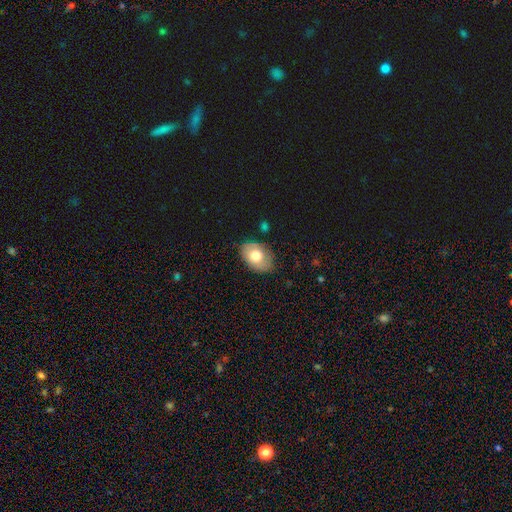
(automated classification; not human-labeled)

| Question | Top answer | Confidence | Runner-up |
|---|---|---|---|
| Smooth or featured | smooth | 71% | featured or disk (21%) |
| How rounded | in between | 82% | round (17%) |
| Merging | none | 78% | minor disturbance (17%) |